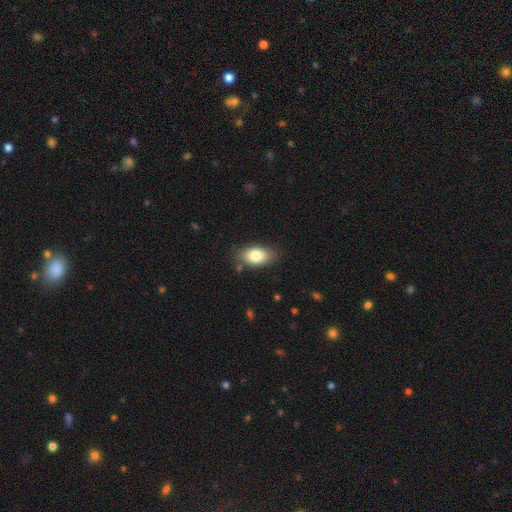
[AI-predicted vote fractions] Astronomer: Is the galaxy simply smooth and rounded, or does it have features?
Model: smooth — 80%.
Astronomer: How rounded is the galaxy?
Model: in between — 89%.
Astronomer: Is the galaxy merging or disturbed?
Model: none — 81%.